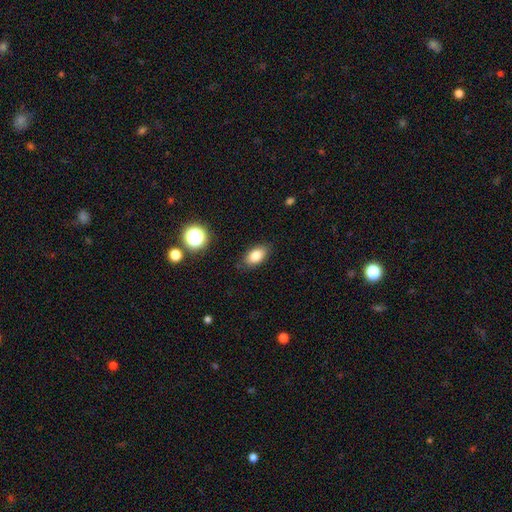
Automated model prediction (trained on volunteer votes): Q: Smooth or featured?
A: smooth (83%); runner-up: star or artifact (10%)
Q: How rounded?
A: in between (89%); runner-up: round (9%)
Q: Merging?
A: none (85%); runner-up: minor disturbance (11%)